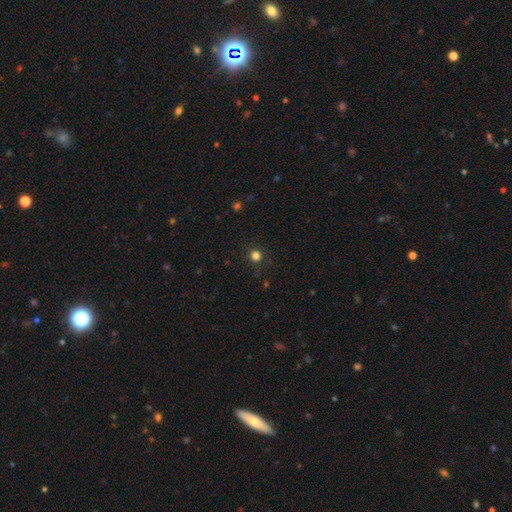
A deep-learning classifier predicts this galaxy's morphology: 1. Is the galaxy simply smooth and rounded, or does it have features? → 80% smooth, 17% star or artifact, 4% featured or disk.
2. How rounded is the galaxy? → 93% round, 6% in between, 1% cigar-shaped.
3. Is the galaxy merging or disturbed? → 89% none, 7% minor disturbance, 3% major disturbance, 1% merger.